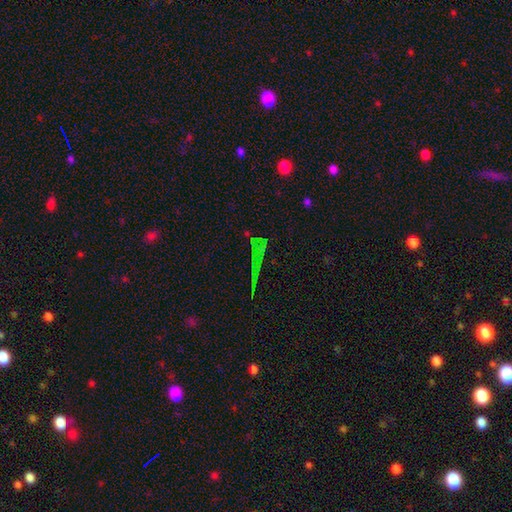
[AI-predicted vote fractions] star or artifact 70%, smooth 17%, featured or disk 13%.